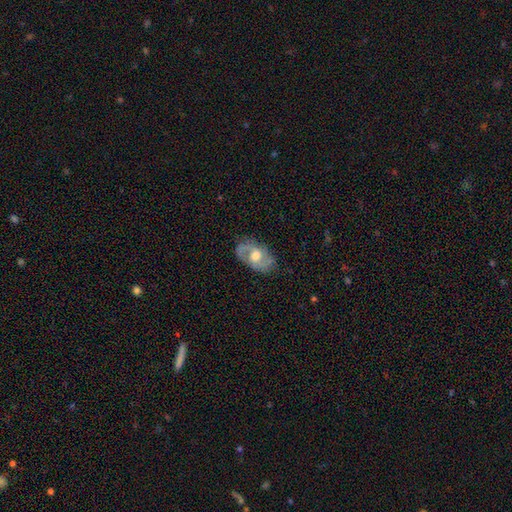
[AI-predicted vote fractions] featured or disk 71%, smooth 23%, star or artifact 6%. Down the decision tree: edge-on disk — no (94%); bar — no (58%); spiral arms — yes (78%); spiral arm count — 2 (81%); spiral winding — medium (48%); bulge size — moderate (64%); merging — none (77%).